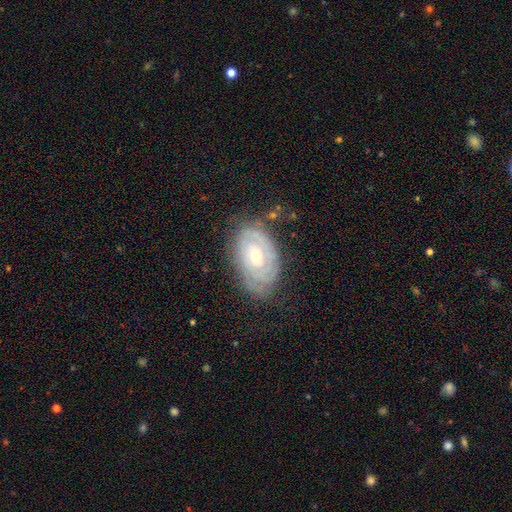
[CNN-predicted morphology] A featured or disk galaxy (80%) with no bar (61%), tight (79%) spiral arms (90%) and a moderate central bulge (52%).

Vote fractions:
- Smooth or featured? featured or disk: 80% / smooth: 14% / star or artifact: 6%
- Edge-on disk? no: 95% / yes: 5%
- Bar? no: 61% / weak: 31% / strong: 8%
- Spiral arms? yes: 90% / no: 10%
- Spiral winding? tight: 79% / medium: 17% / loose: 5%
- Spiral arm count? can't tell: 44% / 2: 24% / 3: 15% / 4: 7% / 1: 5% / more than 4: 4%
- Bulge size? moderate: 52% / small: 45% / large: 2% / none: 1% / dominant: 1%
- Merging? none: 71% / minor disturbance: 20% / major disturbance: 6% / merger: 2%